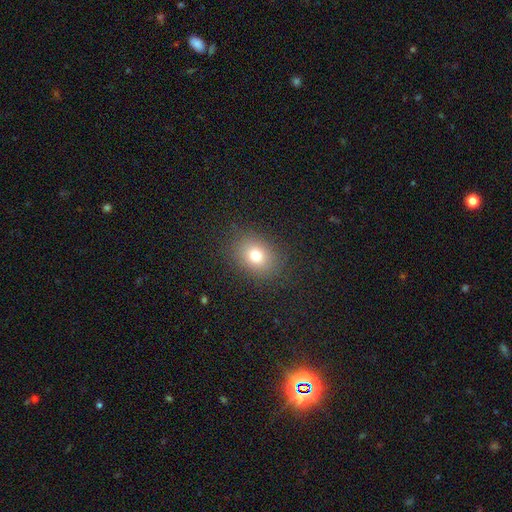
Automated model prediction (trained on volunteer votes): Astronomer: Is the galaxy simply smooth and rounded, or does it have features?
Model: smooth — 76%.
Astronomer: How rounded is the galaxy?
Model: in between — 52% (runner-up: round, 47%).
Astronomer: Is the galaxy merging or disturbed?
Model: none — 86%.